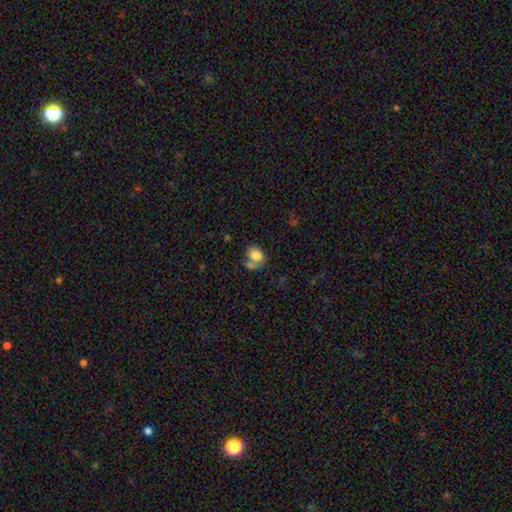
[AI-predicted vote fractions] smooth-or-featured: smooth: 78% | featured or disk: 14% | star or artifact: 8%
  how-rounded: in between: 65% | round: 34% | cigar-shaped: 1%
  merging: none: 42% | merger: 33% | minor disturbance: 16% | major disturbance: 9%